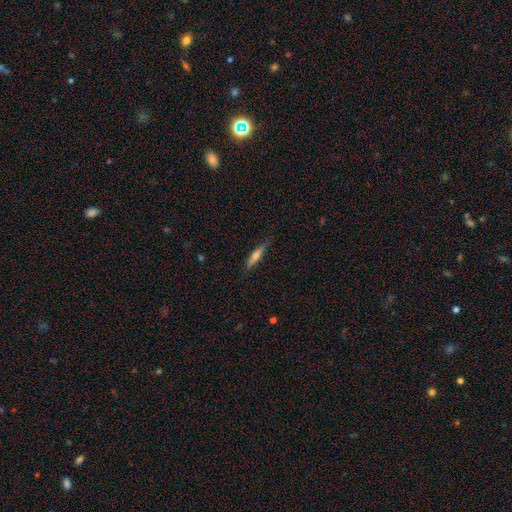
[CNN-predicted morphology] type=smooth (49%); merging=none (83%).